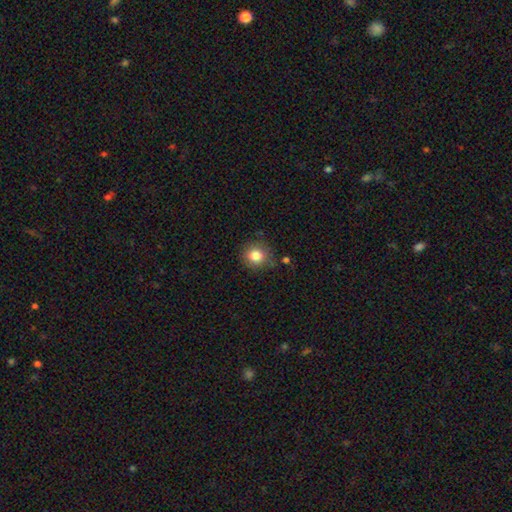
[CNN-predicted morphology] Smooth or featured? Predicted: smooth (p=0.83). How rounded? Predicted: round (p=0.86). Merging? Predicted: none (p=0.82).